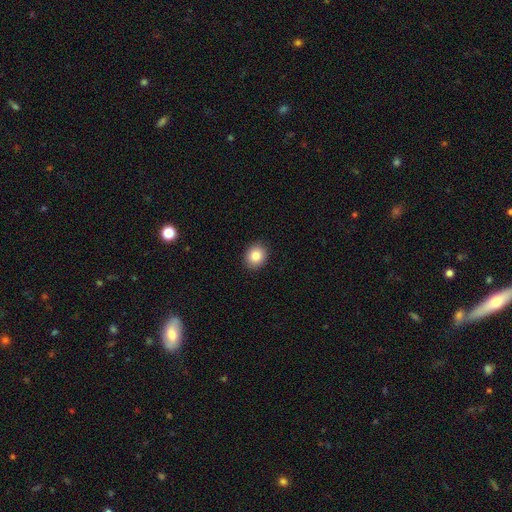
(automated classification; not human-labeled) Smooth or featured? smooth (85%)
How rounded? round (63%)
Merging? none (91%)